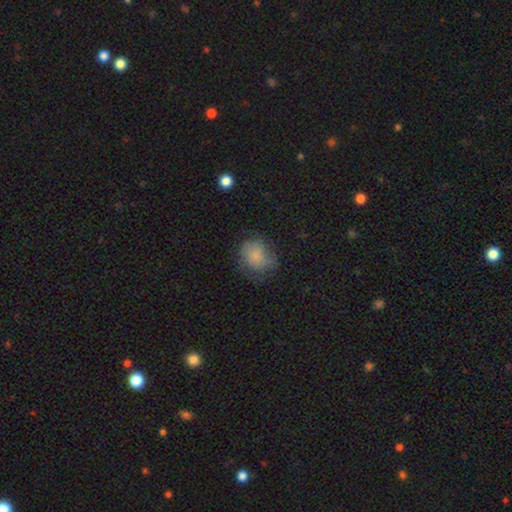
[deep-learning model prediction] A smooth galaxy with no disk features (65%) that is round (67%).

Vote fractions:
- Smooth or featured? smooth: 65% / featured or disk: 25% / star or artifact: 9%
- How rounded? round: 67% / in between: 32% / cigar-shaped: 1%
- Merging? none: 53% / minor disturbance: 28% / major disturbance: 17% / merger: 2%